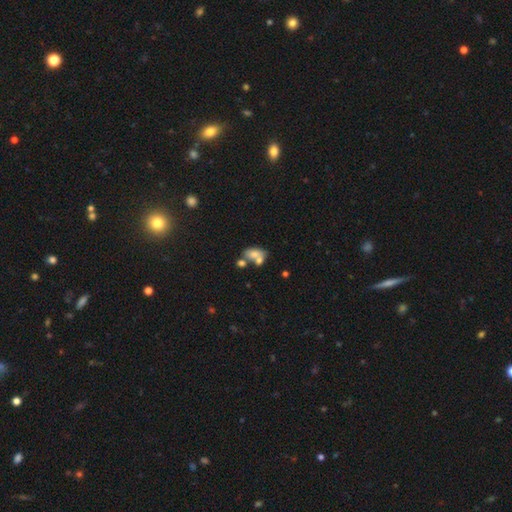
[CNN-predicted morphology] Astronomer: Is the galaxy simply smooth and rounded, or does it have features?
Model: smooth — 66%.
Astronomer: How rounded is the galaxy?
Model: in between — 84%.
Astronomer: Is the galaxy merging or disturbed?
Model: merger — 47% (runner-up: none, 31%).